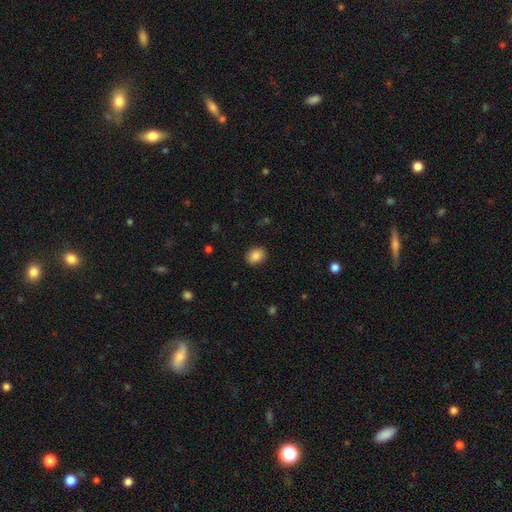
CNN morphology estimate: The model was most divided on "how rounded": in between: 59%, round: 40%, cigar-shaped: 1%. More confident: merging — none (89%); smooth or featured — smooth (87%).